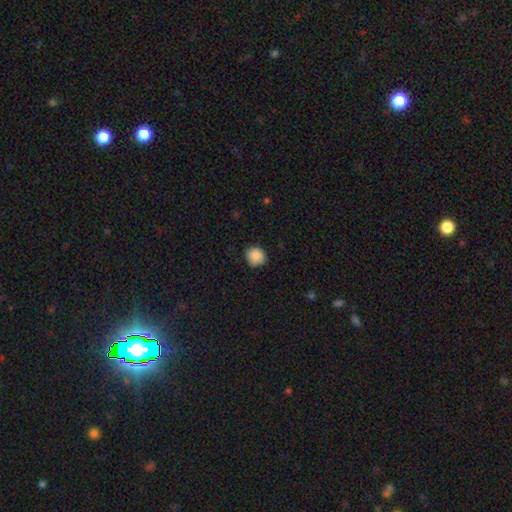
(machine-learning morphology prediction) smooth-or-featured: smooth: 88% | star or artifact: 9% | featured or disk: 4%
  how-rounded: round: 82% | in between: 17% | cigar-shaped: 1%
  merging: none: 80% | minor disturbance: 16% | major disturbance: 3% | merger: 1%